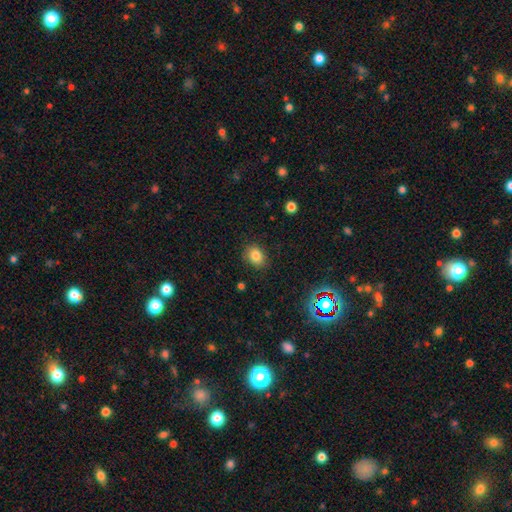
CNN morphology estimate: smooth-or-featured: smooth: 82% | star or artifact: 11% | featured or disk: 6%
  how-rounded: in between: 57% | round: 42% | cigar-shaped: 1%
  merging: none: 84% | minor disturbance: 12% | major disturbance: 3% | merger: 1%